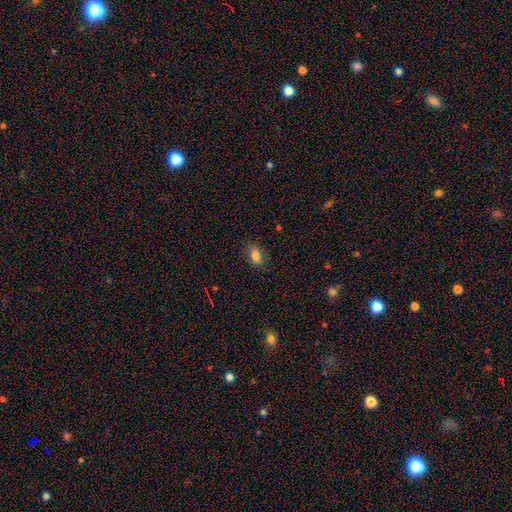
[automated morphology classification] Smooth or featured: smooth — 79% (star or artifact — 11%)
How rounded: in between — 85% (round — 10%)
Merging: none — 78% (minor disturbance — 17%)